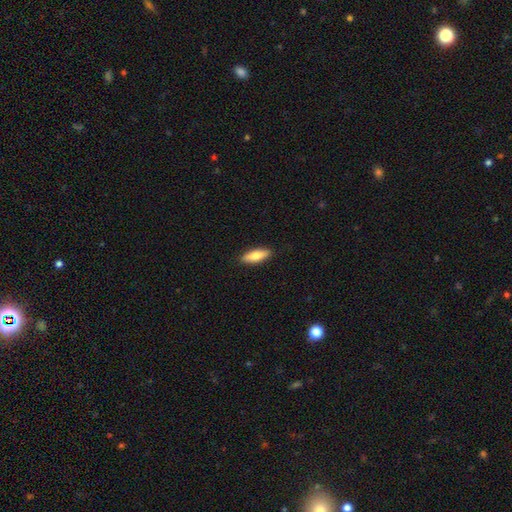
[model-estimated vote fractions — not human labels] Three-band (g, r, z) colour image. It shows a smooth galaxy with no disk features (73%) that is in between round and cigar-shaped (53%). Merging: none (90%).